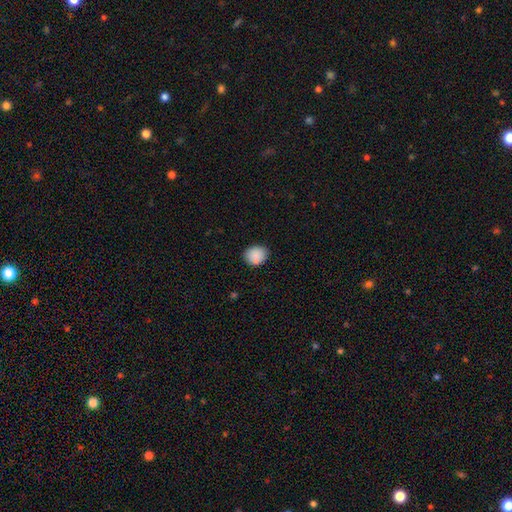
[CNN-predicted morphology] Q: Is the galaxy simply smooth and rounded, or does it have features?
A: smooth — 88%.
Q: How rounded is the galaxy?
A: round — 63%.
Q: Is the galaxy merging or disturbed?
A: none — 76%.